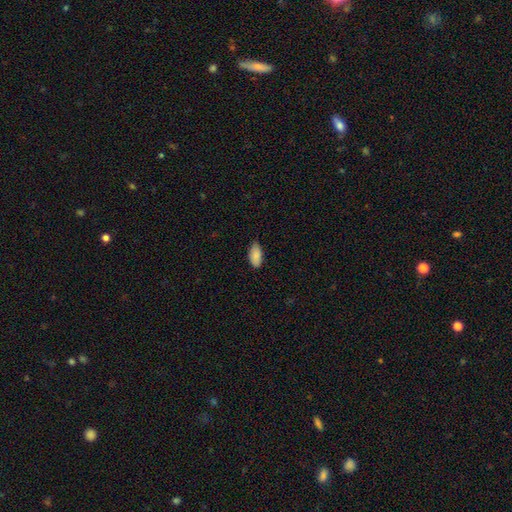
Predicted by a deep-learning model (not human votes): smooth 87%, featured or disk 7%, star or artifact 7%. Down the decision tree: how rounded — in between (93%); merging — none (81%).